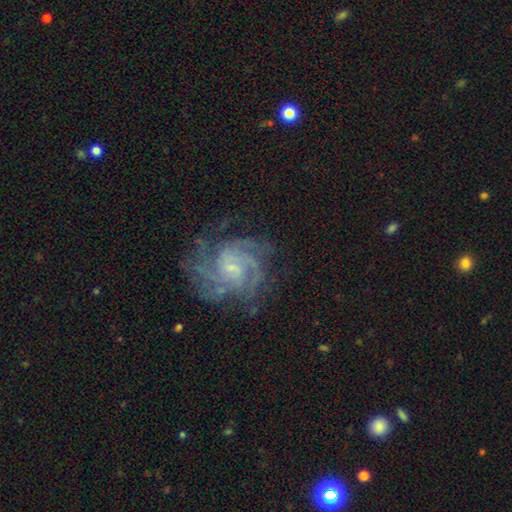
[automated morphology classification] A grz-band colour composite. It shows a featured or disk galaxy (80%) with no bar (53%), 3 (25%) tight (57%) spiral arms (97%) and a small central bulge (61%). Merging: none (77%).